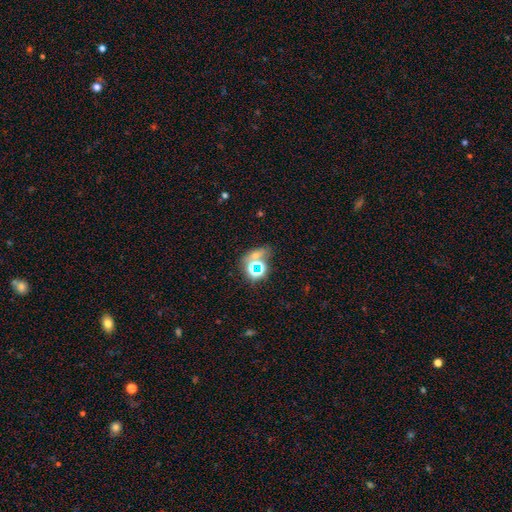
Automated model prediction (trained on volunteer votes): Q: Smooth or featured?
A: star or artifact (61%); runner-up: smooth (26%)